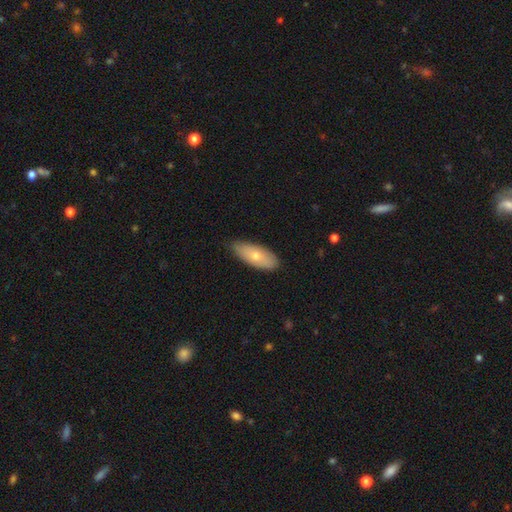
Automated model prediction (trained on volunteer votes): smooth_or_featured: smooth (p=0.69) [alt: featured or disk p=0.25]
how_rounded: in between (p=0.81) [alt: cigar-shaped p=0.16]
merging: none (p=0.81) [alt: minor disturbance p=0.16]